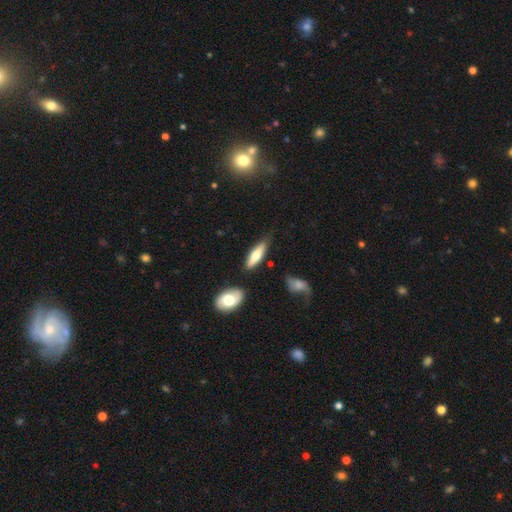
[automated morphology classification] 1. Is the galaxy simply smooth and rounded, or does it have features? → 65% smooth, 29% featured or disk, 6% star or artifact.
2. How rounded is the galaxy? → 52% cigar-shaped, 46% in between, 2% round.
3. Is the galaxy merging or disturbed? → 72% none, 18% minor disturbance, 6% merger, 4% major disturbance.